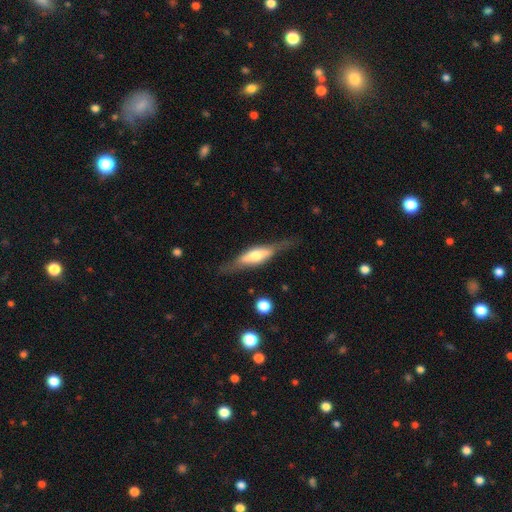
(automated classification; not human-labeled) This is likely a featured or disk galaxy (60%). It is clearly viewed edge-on (83%). Merging: likely none (71%).